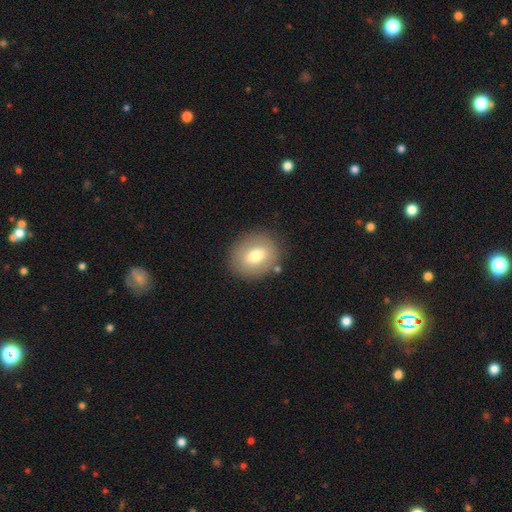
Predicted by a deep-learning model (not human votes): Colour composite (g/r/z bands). It shows a smooth galaxy with no disk features (68%) that is round (63%). Merging: none (84%).